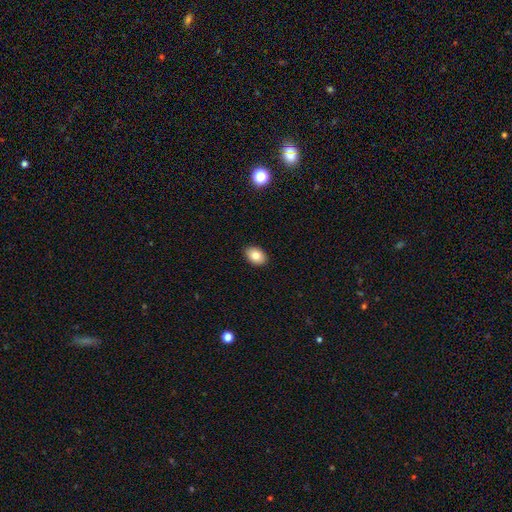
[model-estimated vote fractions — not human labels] A smooth galaxy with no disk features (82%) that is in between round and cigar-shaped (79%). Merging: none (90%).